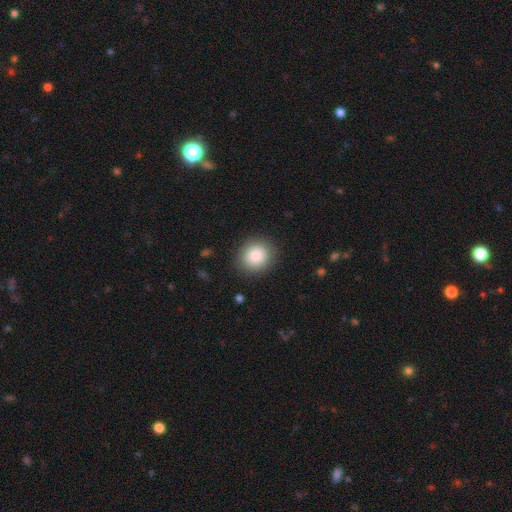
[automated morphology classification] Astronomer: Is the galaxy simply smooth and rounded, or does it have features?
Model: smooth — 83%.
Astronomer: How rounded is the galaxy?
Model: round — 83%.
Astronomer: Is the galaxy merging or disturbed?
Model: none — 88%.